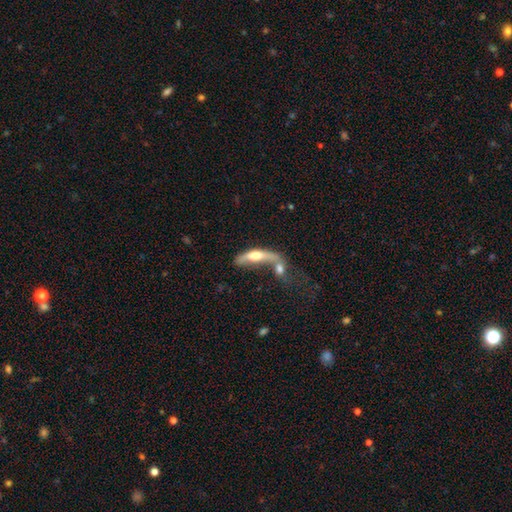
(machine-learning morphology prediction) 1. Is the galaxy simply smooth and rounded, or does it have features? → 51% smooth, 42% featured or disk, 7% star or artifact.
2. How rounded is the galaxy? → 57% cigar-shaped, 39% in between, 4% round.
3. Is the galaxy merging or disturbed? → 62% merger, 17% none, 12% major disturbance, 9% minor disturbance.